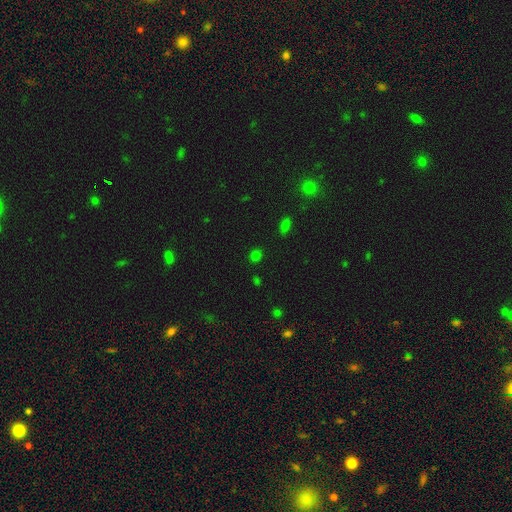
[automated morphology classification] The model was most divided on "smooth or featured": smooth: 71%, star or artifact: 25%, featured or disk: 4%. More confident: merging — none (86%); how rounded — round (76%).